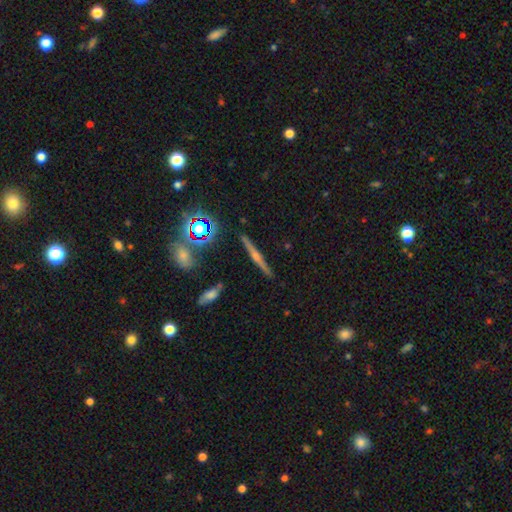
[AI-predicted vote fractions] Smooth or featured? Predicted: featured or disk (p=0.66). Edge-on disk? Predicted: yes (p=0.97). Edge-on bulge? Predicted: rounded (p=0.81). Merging? Predicted: none (p=0.90).